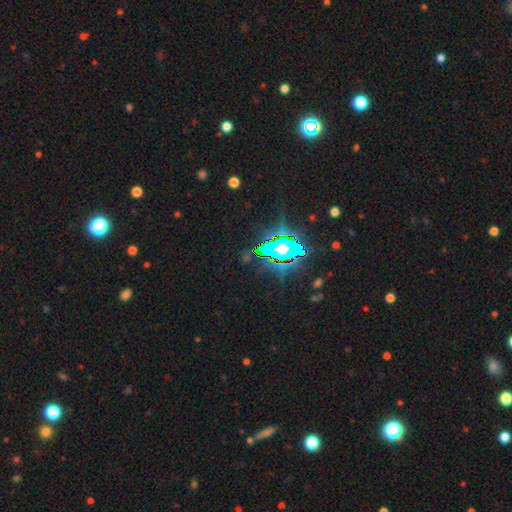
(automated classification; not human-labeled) This is clearly a star or artifact rather than a galaxy (85%).